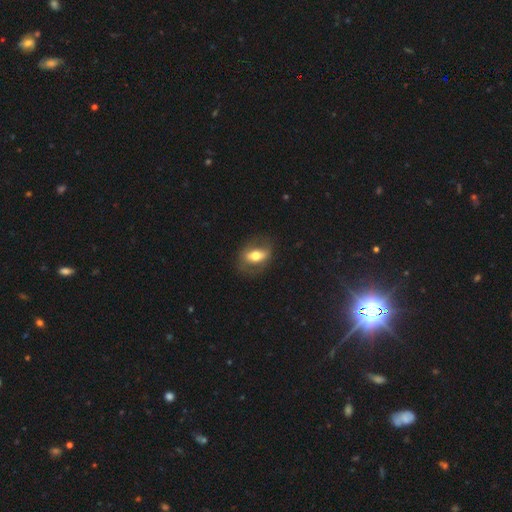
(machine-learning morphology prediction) This appears to be a smooth galaxy with no disk features (51%) that is in between round and cigar-shaped (79%). Merging: none (74%).